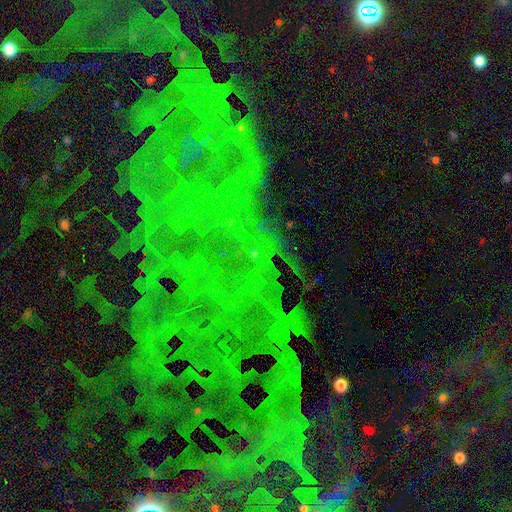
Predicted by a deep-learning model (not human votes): A star or artifact, not a galaxy (79%).

Vote fractions:
- Smooth or featured? star or artifact: 79% / featured or disk: 12% / smooth: 9%